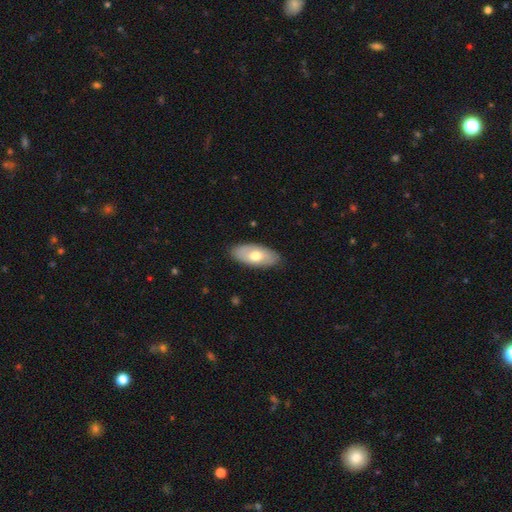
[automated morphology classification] A smooth galaxy with no disk features (65%) that is in between round and cigar-shaped (90%). Merging: none (86%).